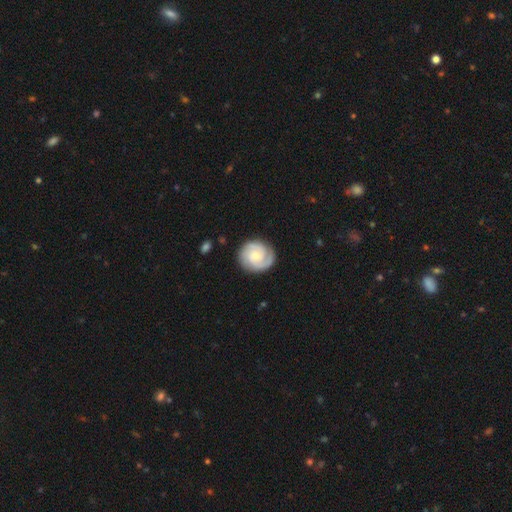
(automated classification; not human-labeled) This is likely a featured or disk galaxy (79%). It is clearly not viewed edge-on (98%). Bar: likely no (67%). Spiral arm pattern: clearly yes (97%). Spiral arm count: likely 2 (62%). Spiral winding: likely tight (64%). Central bulge: possibly small (60%). Merging: clearly none (84%).